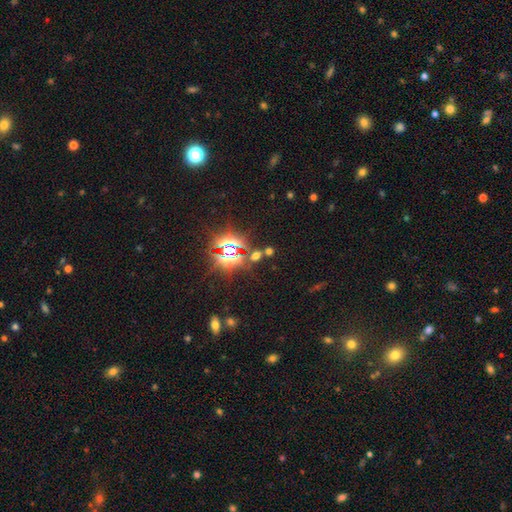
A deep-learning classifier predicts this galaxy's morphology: smooth-or-featured: star or artifact: 59% | smooth: 32% | featured or disk: 8%